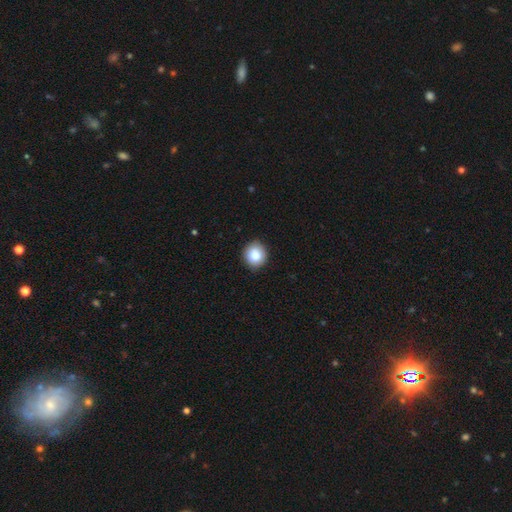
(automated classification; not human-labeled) Smooth or featured: smooth — 83% (star or artifact — 9%)
How rounded: round — 87% (in between — 12%)
Merging: none — 91% (minor disturbance — 7%)